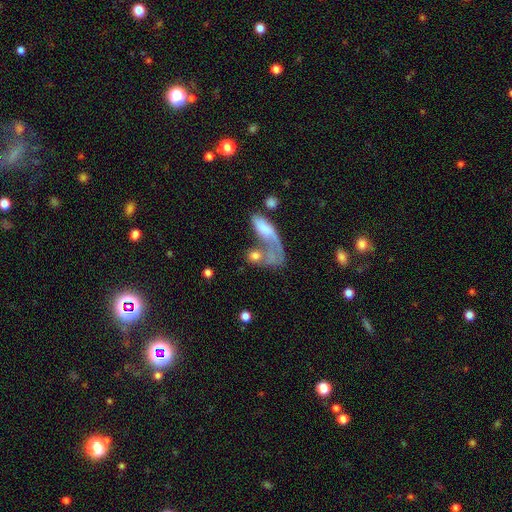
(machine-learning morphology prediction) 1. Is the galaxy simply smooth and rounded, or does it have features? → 60% smooth, 30% featured or disk, 10% star or artifact.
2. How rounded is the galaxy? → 57% in between, 34% round, 9% cigar-shaped.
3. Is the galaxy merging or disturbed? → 50% merger, 22% major disturbance, 19% none, 9% minor disturbance.